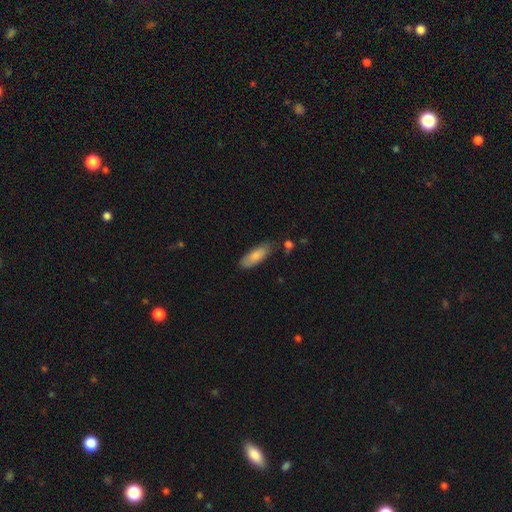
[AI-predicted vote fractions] smooth 84%, featured or disk 11%, star or artifact 6%. Down the decision tree: how rounded — in between (65%); merging — none (74%).